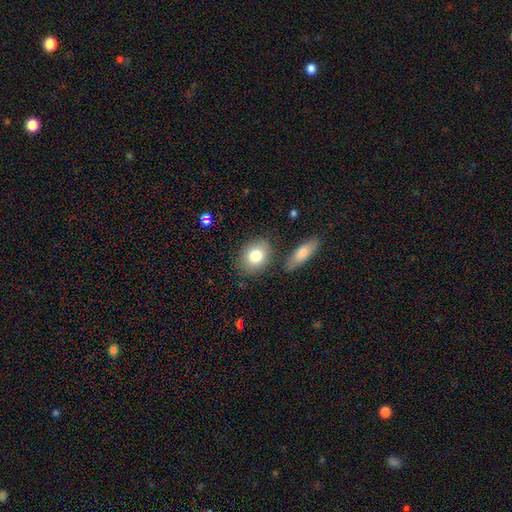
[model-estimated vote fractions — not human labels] This appears to be a smooth galaxy with no disk features (79%) that is in between round and cigar-shaped (59%). Merging: none (78%).